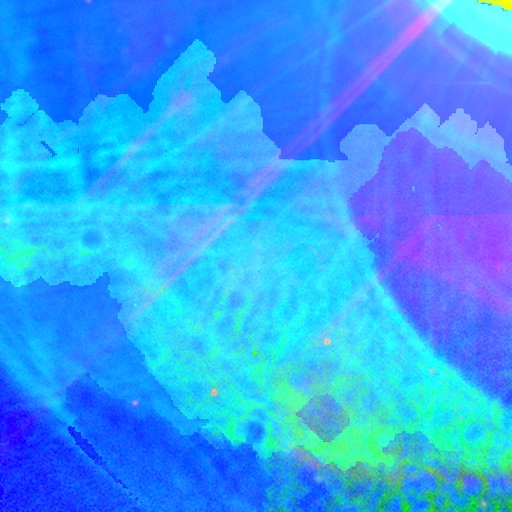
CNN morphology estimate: A star or artifact, not a galaxy (84%).

Vote fractions:
- Smooth or featured? star or artifact: 84% / featured or disk: 9% / smooth: 7%